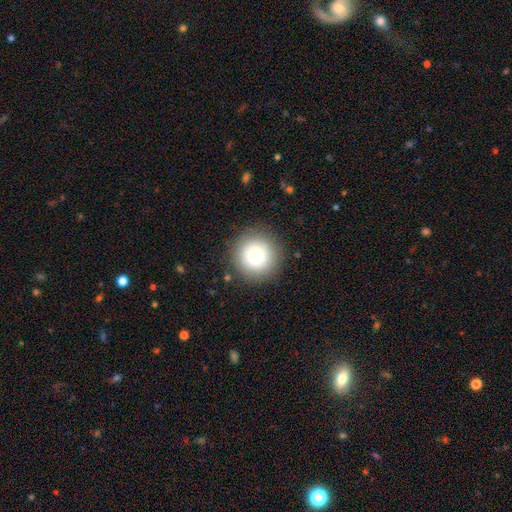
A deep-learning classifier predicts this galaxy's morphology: This appears to be a smooth galaxy with no disk features (79%) that is round (96%). Merging: none (89%).